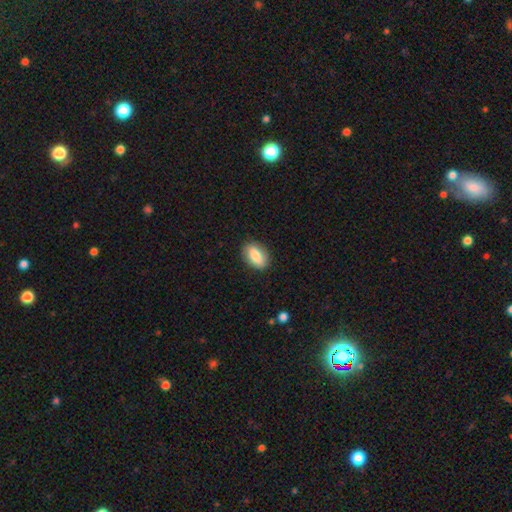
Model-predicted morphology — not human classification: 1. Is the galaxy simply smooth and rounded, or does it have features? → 80% smooth, 13% featured or disk, 7% star or artifact.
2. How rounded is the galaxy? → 88% in between, 8% round, 4% cigar-shaped.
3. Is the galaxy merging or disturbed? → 86% none, 10% minor disturbance, 2% major disturbance, 1% merger.